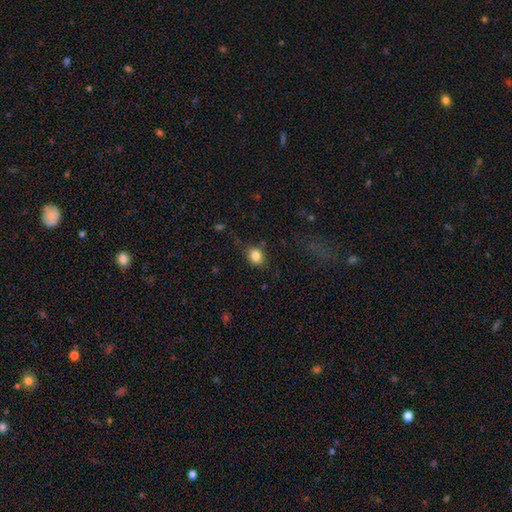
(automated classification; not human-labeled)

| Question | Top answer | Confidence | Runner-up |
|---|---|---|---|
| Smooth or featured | smooth | 84% | star or artifact (9%) |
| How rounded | in between | 51% | round (48%) |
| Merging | none | 78% | minor disturbance (16%) |